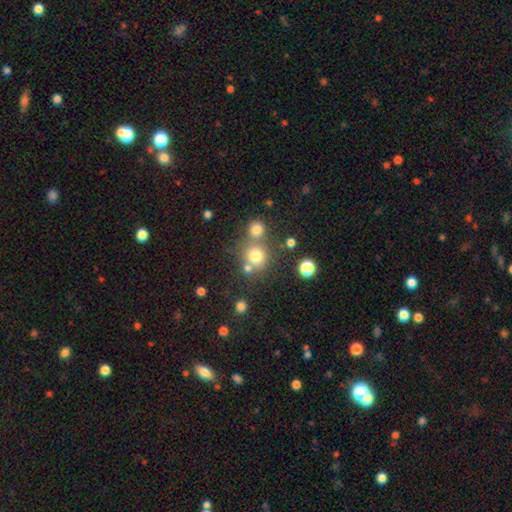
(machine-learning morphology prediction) smooth-or-featured: smooth: 75% | star or artifact: 16% | featured or disk: 9%
  how-rounded: round: 89% | in between: 10% | cigar-shaped: 1%
  merging: none: 63% | merger: 25% | minor disturbance: 8% | major disturbance: 4%